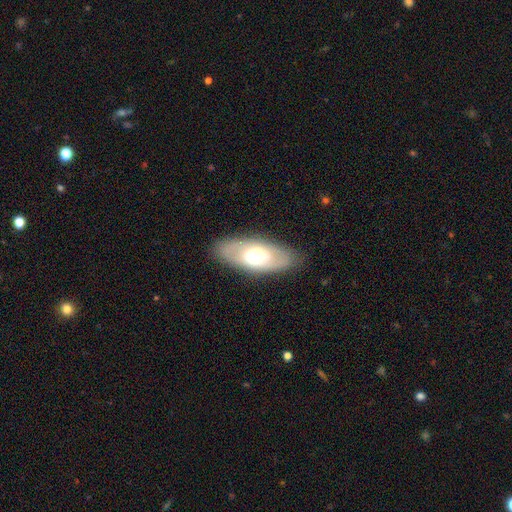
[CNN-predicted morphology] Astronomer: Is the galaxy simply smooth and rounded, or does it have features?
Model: smooth — 55% (runner-up: featured or disk, 39%).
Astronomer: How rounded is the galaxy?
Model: in between — 85%.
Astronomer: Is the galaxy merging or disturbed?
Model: none — 84%.